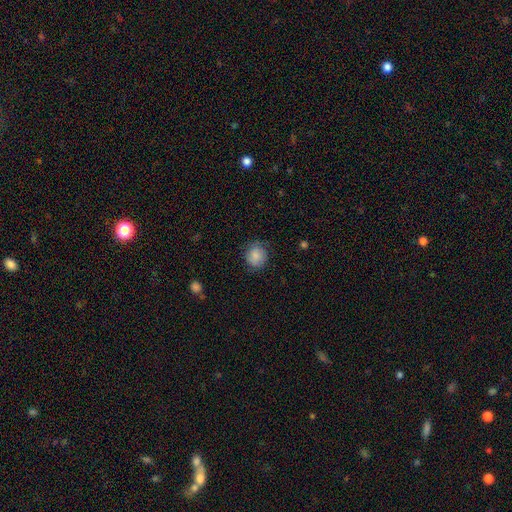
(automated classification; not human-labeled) Smooth or featured? Predicted: smooth (p=0.84). How rounded? Predicted: round (p=0.81). Merging? Predicted: none (p=0.77).